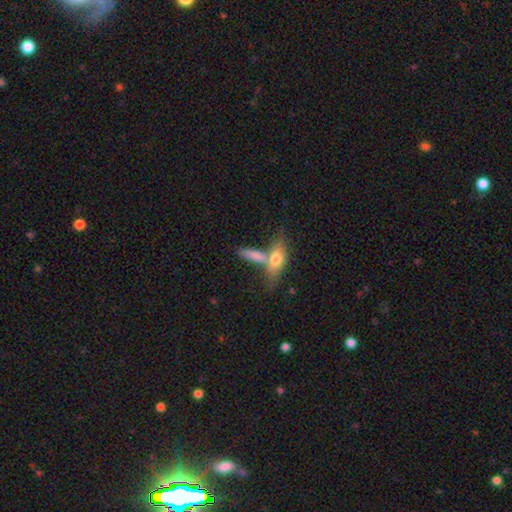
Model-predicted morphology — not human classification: This appears to be a smooth galaxy with no disk features (68%) that is in between round and cigar-shaped (54%). Merging: merger (51%).